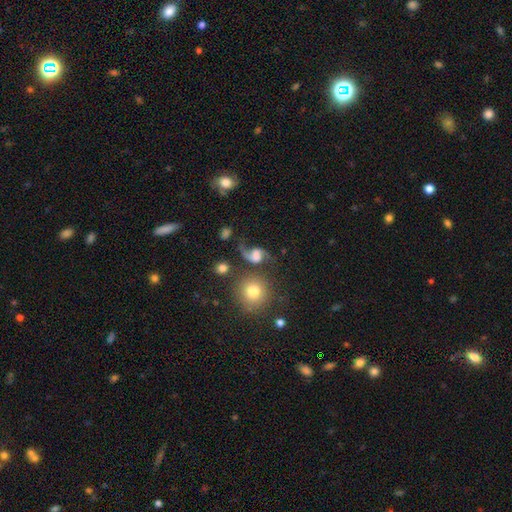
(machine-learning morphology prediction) Q: Smooth or featured?
A: featured or disk (72%); runner-up: smooth (18%)
Q: Edge-on disk?
A: no (97%); runner-up: yes (3%)
Q: Bar?
A: no (46%); runner-up: weak (40%)
Q: Spiral arms?
A: yes (93%); runner-up: no (7%)
Q: Spiral winding?
A: loose (80%); runner-up: medium (17%)
Q: Spiral arm count?
A: 2 (81%); runner-up: 1 (15%)
Q: Bulge size?
A: moderate (28%); tied with: large (28%)
Q: Merging?
A: none (52%); runner-up: major disturbance (21%)